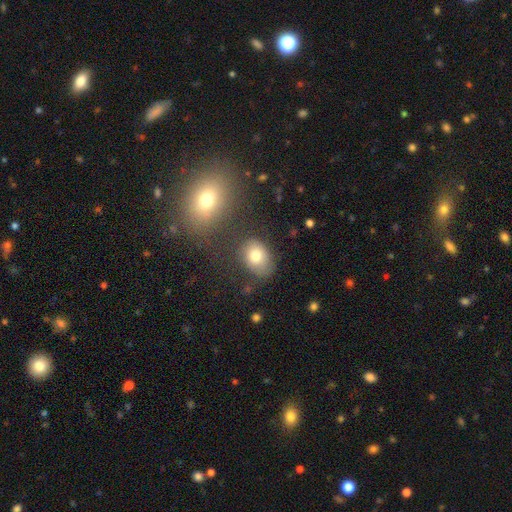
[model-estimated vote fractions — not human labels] smooth-or-featured: smooth: 76% | featured or disk: 13% | star or artifact: 10%
  how-rounded: in between: 66% | round: 33% | cigar-shaped: 1%
  merging: none: 68% | minor disturbance: 20% | major disturbance: 7% | merger: 6%